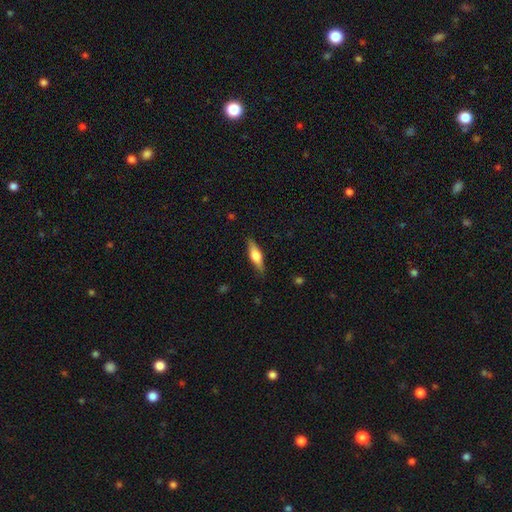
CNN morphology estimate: Q: Smooth or featured?
A: featured or disk (48%); runner-up: smooth (45%)
Q: Merging?
A: none (86%); runner-up: minor disturbance (10%)